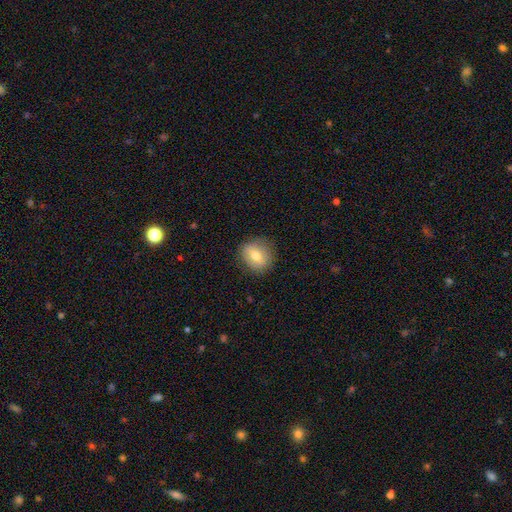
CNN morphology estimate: Smooth or featured? smooth (66%)
How rounded? round (70%)
Merging? none (84%)